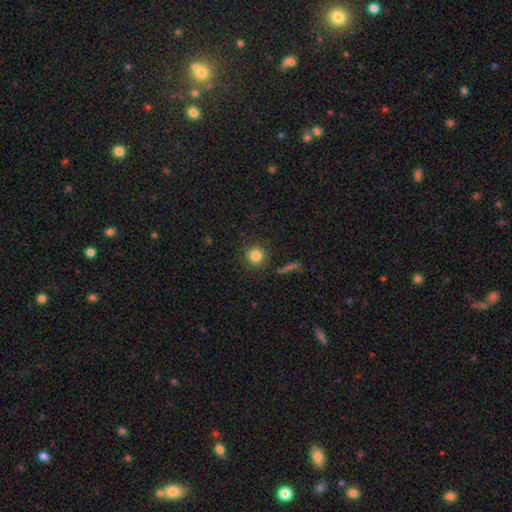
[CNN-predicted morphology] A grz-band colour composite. It shows a smooth galaxy with no disk features (83%) that is round (94%). Merging: none (88%).